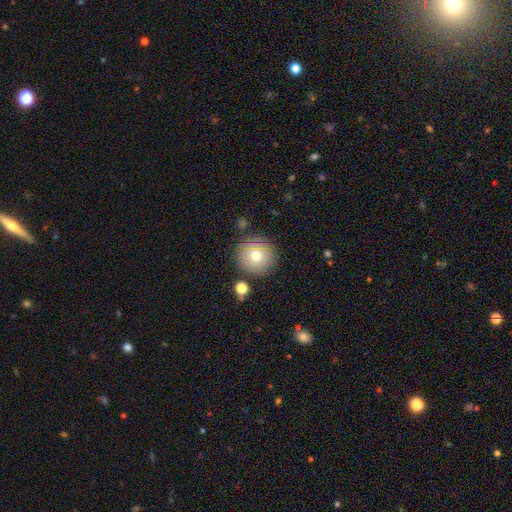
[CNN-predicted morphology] This is likely a smooth galaxy (67%). How rounded: clearly round (93%). Merging: clearly none (83%).